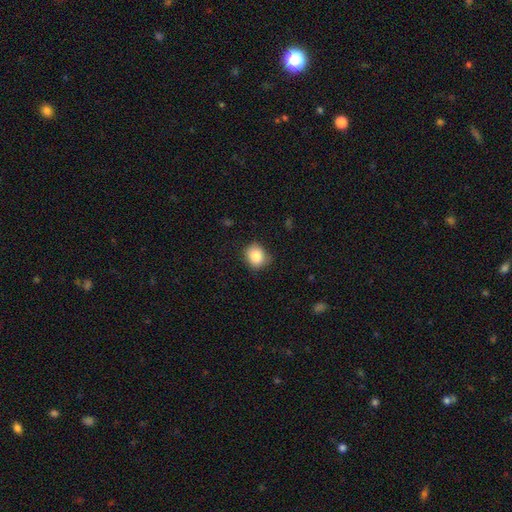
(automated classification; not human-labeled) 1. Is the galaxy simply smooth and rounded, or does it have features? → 84% smooth, 9% star or artifact, 6% featured or disk.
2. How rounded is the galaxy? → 68% round, 31% in between, 1% cigar-shaped.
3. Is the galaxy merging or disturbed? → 79% none, 17% minor disturbance, 3% major disturbance, 1% merger.